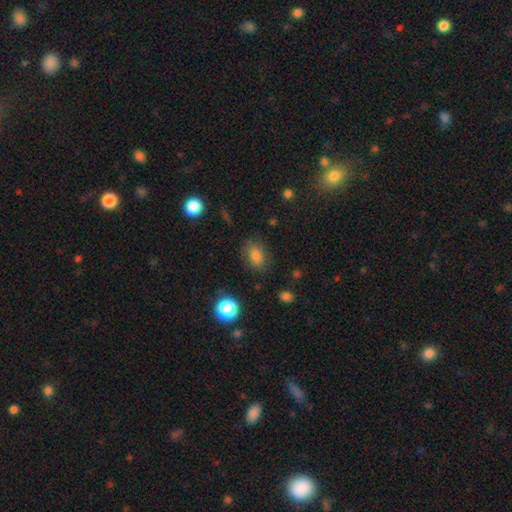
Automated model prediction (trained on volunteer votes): Q: Smooth or featured?
A: smooth (80%); runner-up: star or artifact (12%)
Q: How rounded?
A: in between (78%); runner-up: round (20%)
Q: Merging?
A: none (82%); runner-up: minor disturbance (13%)